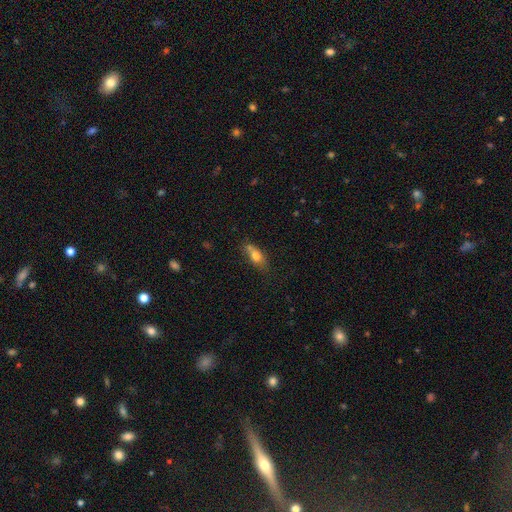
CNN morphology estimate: Q: Smooth or featured?
A: smooth (70%); runner-up: featured or disk (22%)
Q: How rounded?
A: in between (70%); runner-up: cigar-shaped (22%)
Q: Merging?
A: none (51%); runner-up: minor disturbance (28%)